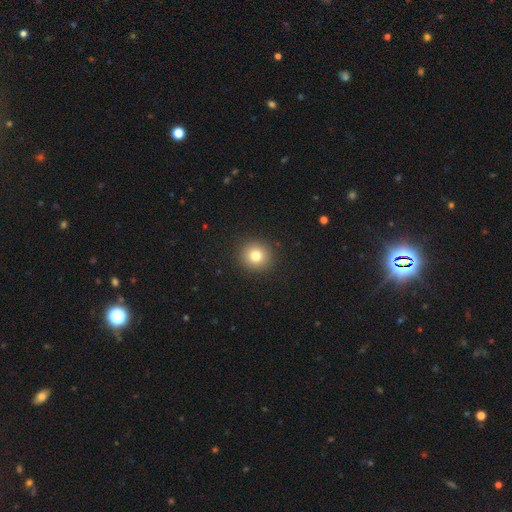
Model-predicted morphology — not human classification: Smooth or featured?
  - smooth: 80% *
  - star or artifact: 12%
  - featured or disk: 8%
How rounded?
  - round: 92% *
  - in between: 7%
  - cigar-shaped: 1%
Merging?
  - none: 92% *
  - minor disturbance: 5%
  - major disturbance: 2%
  - merger: 1%